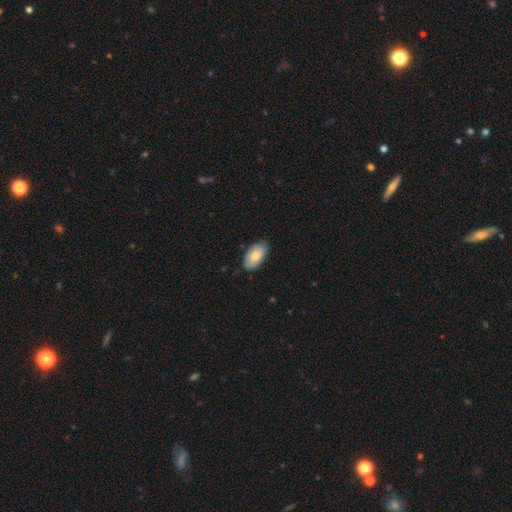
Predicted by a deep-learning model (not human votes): The model was most divided on "smooth or featured": smooth: 80%, featured or disk: 15%, star or artifact: 6%. More confident: how rounded — in between (95%); merging — none (82%).